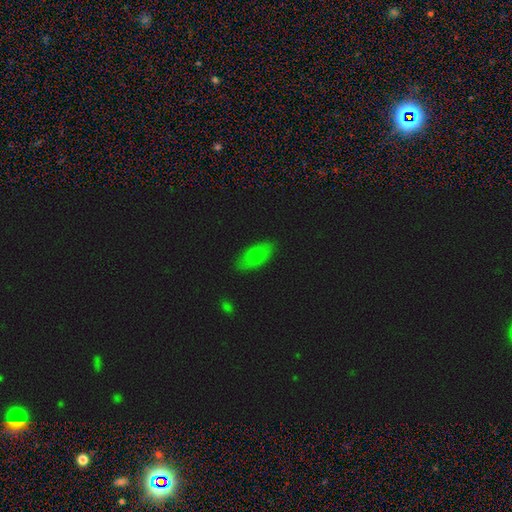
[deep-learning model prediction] The model was most divided on "smooth or featured": smooth: 74%, featured or disk: 18%, star or artifact: 9%. More confident: how rounded — in between (90%); merging — none (84%).